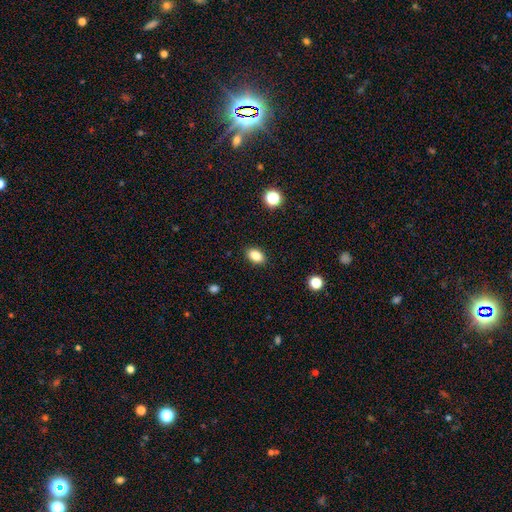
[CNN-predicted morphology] Smooth or featured: smooth — 85% (star or artifact — 10%)
How rounded: in between — 85% (round — 14%)
Merging: none — 89% (minor disturbance — 8%)